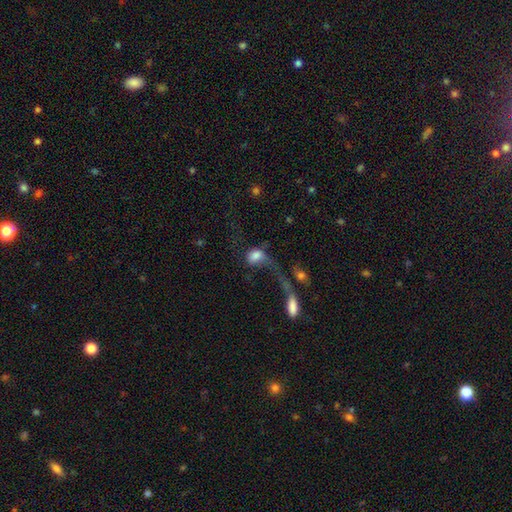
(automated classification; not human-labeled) The model was most divided on "merging": merger: 42%, major disturbance: 33%, none: 16%, minor disturbance: 10%. More confident: smooth or featured — smooth (67%); how rounded — in between (66%).